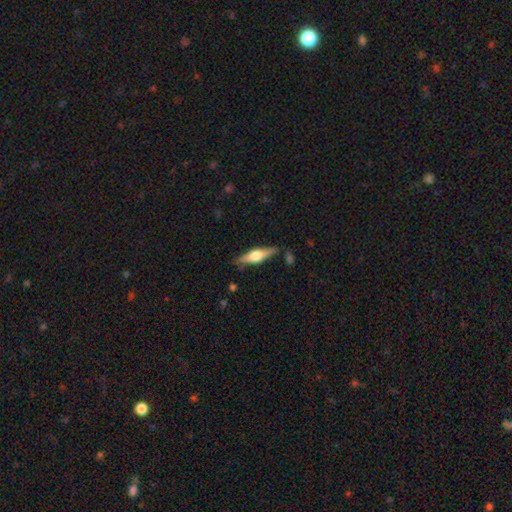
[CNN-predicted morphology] Smooth or featured? Predicted: featured or disk (p=0.59). Edge-on disk? Predicted: yes (p=0.95). Edge-on bulge? Predicted: rounded (p=0.90). Merging? Predicted: none (p=0.82).